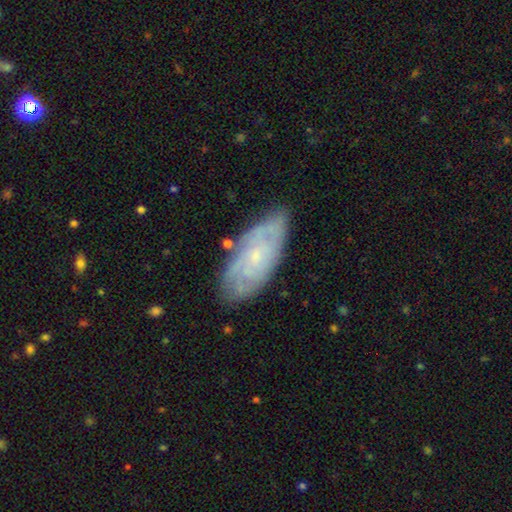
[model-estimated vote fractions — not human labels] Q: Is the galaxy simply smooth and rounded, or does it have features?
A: featured or disk — 65%.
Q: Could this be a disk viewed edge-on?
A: no — 90%.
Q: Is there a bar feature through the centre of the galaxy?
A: no — 77%.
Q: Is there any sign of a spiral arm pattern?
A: yes — 80%.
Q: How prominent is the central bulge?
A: small — 75%.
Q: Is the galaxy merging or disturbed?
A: none — 75%.